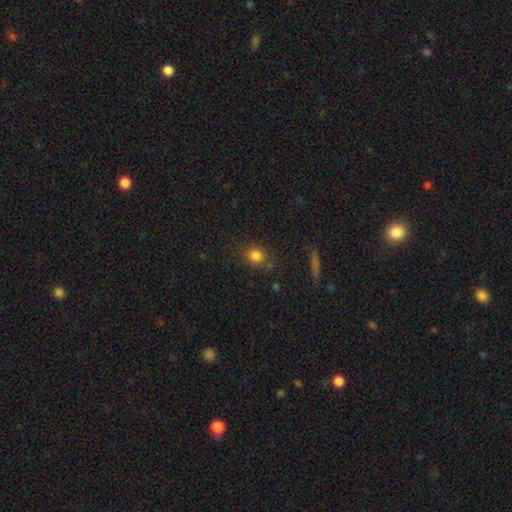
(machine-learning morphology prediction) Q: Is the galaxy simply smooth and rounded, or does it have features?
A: smooth — 81%.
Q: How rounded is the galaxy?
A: round — 81%.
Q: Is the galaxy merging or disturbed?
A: none — 79%.